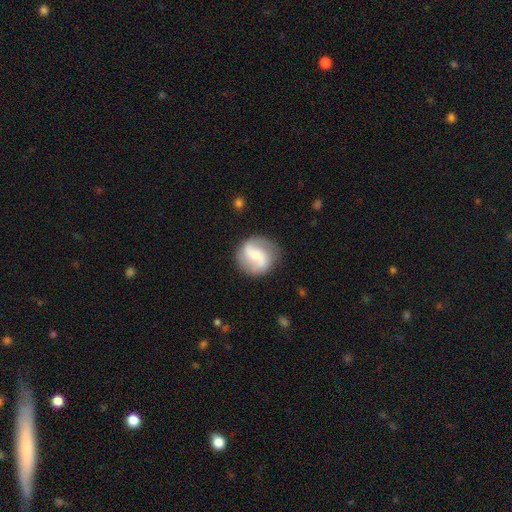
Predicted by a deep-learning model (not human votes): A featured or disk galaxy (72%) with a weak bar (42%), 2 (88%) medium (42%) spiral arms (92%) and a moderate central bulge (48%).

Vote fractions:
- Smooth or featured? featured or disk: 72% / smooth: 22% / star or artifact: 6%
- Edge-on disk? no: 97% / yes: 3%
- Bar? weak: 42% / no: 37% / strong: 21%
- Spiral arms? yes: 92% / no: 8%
- Spiral winding? medium: 42% / loose: 41% / tight: 17%
- Spiral arm count? 2: 88% / can't tell: 5% / 3: 2% / 1: 2% / 4: 1% / more than 4: 1%
- Bulge size? moderate: 48% / small: 46% / large: 3% / none: 2% / dominant: 1%
- Merging? none: 83% / minor disturbance: 11% / major disturbance: 4% / merger: 1%